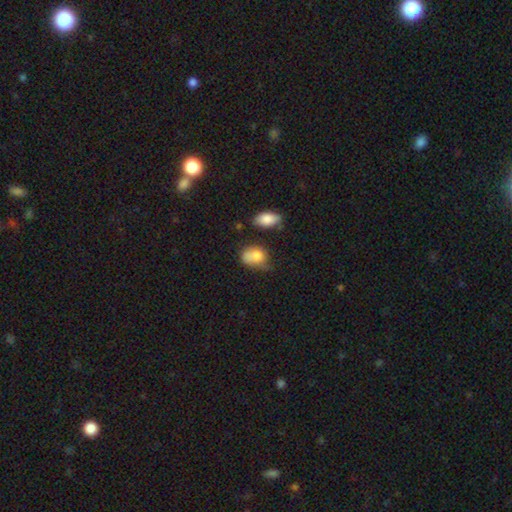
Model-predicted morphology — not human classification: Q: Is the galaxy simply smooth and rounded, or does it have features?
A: smooth — 78%.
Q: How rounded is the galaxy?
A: in between — 68%.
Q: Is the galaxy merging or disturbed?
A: minor disturbance — 35%.